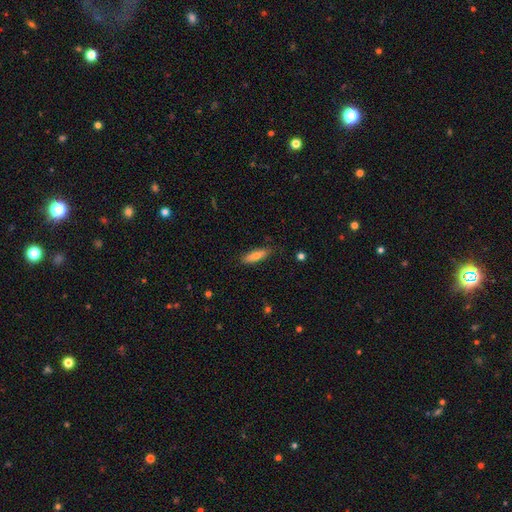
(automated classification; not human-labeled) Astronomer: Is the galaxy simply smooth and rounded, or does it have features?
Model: smooth — 77%.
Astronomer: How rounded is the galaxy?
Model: cigar-shaped — 61% (runner-up: in between, 37%).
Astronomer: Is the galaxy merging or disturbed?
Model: none — 83%.